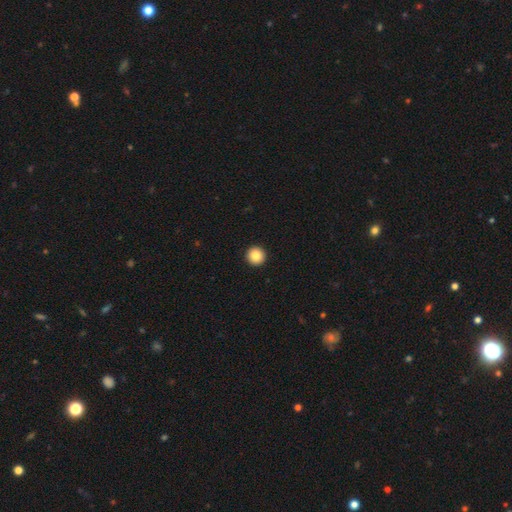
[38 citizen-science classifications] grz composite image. It shows a smooth galaxy with no disk features (89%) that is round (100%). Merging: none (94%).